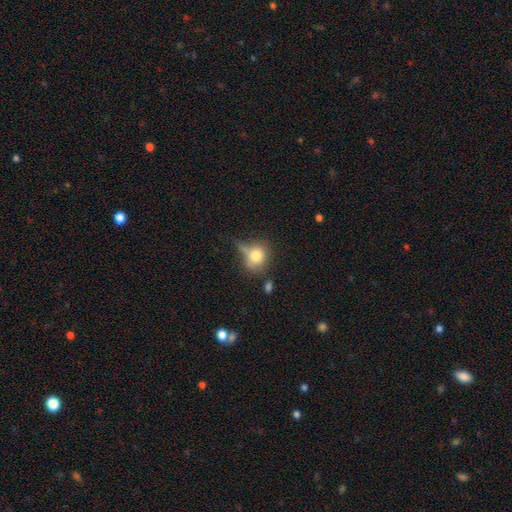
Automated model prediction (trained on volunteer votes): Q: Smooth or featured?
A: smooth (74%); runner-up: featured or disk (15%)
Q: How rounded?
A: round (70%); runner-up: in between (28%)
Q: Merging?
A: none (45%); runner-up: minor disturbance (25%)